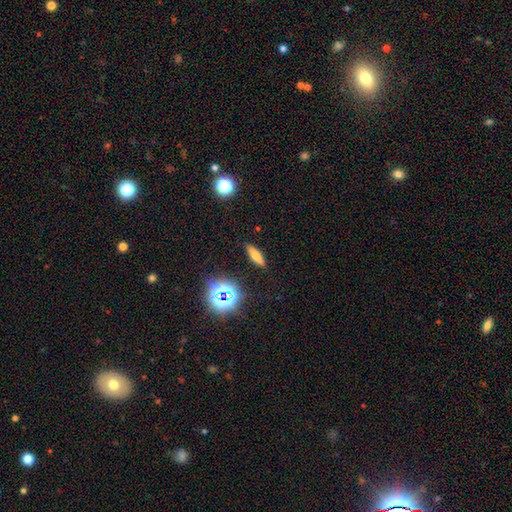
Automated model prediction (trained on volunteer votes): Smooth or featured?
  - smooth: 58% *
  - featured or disk: 25%
  - star or artifact: 17%
How rounded?
  - cigar-shaped: 62% *
  - in between: 33%
  - round: 5%
Merging?
  - none: 87% *
  - minor disturbance: 9%
  - major disturbance: 2%
  - merger: 2%